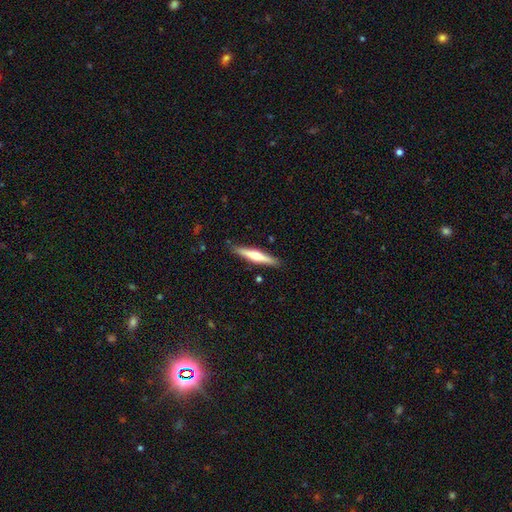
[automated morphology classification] featured or disk 56%, smooth 38%, star or artifact 5%. Down the decision tree: edge-on disk — yes (97%); edge-on bulge — rounded (87%); merging — none (88%).